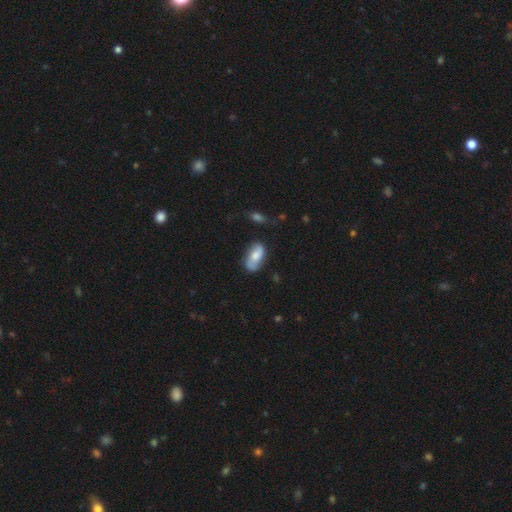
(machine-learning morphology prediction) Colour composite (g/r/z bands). It shows a smooth galaxy with no disk features (51%) that is in between round and cigar-shaped (89%). Merging: none (66%).